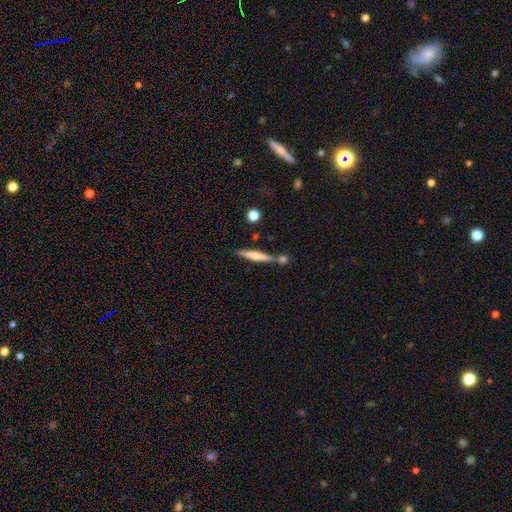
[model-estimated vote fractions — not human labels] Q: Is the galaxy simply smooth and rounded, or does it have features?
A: smooth — 53%.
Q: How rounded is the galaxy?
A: cigar-shaped — 92%.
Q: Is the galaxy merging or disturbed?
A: none — 69%.